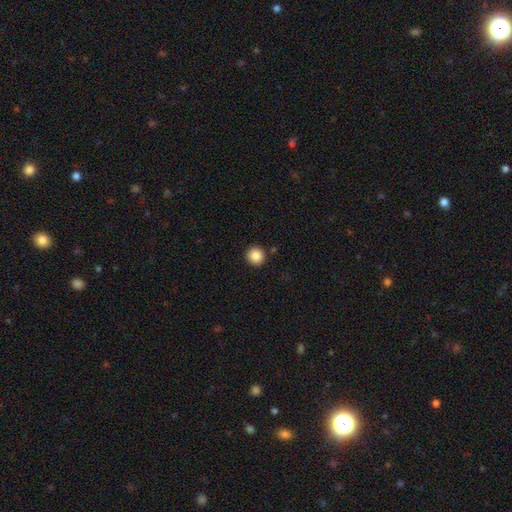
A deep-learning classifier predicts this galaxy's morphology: type=smooth (87%); roundness=round (95%); merging=none (92%).